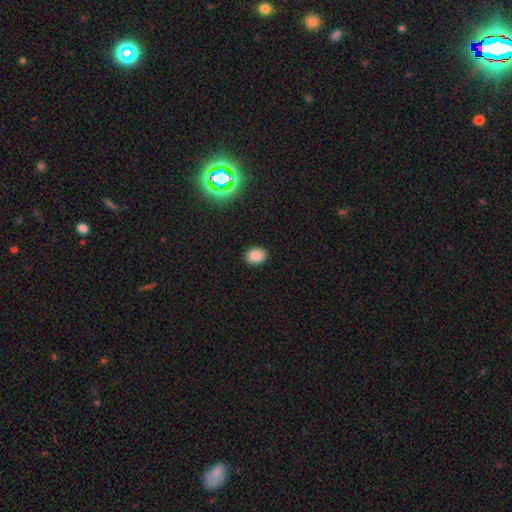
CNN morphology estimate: This is clearly a smooth galaxy (85%). How rounded: possibly in between (60%). Merging: clearly none (89%).